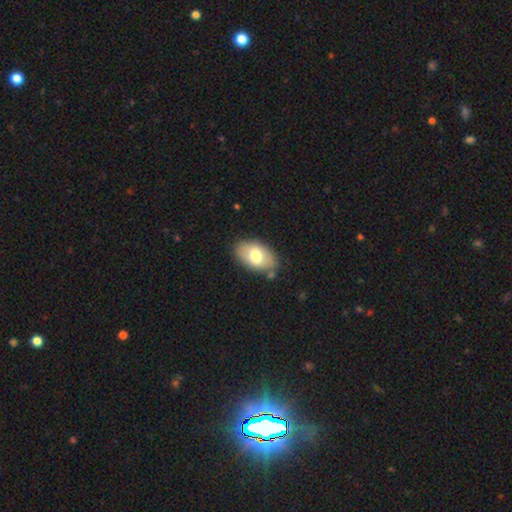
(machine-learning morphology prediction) Smooth or featured? Predicted: smooth (p=0.73). How rounded? Predicted: in between (p=0.92). Merging? Predicted: none (p=0.79).